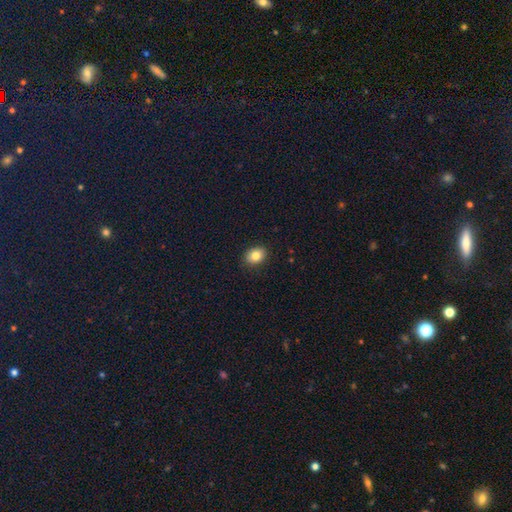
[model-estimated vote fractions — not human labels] smooth_or_featured: smooth (p=0.83) [alt: star or artifact p=0.10]
how_rounded: in between (p=0.61) [alt: round p=0.38]
merging: none (p=0.89) [alt: minor disturbance p=0.08]